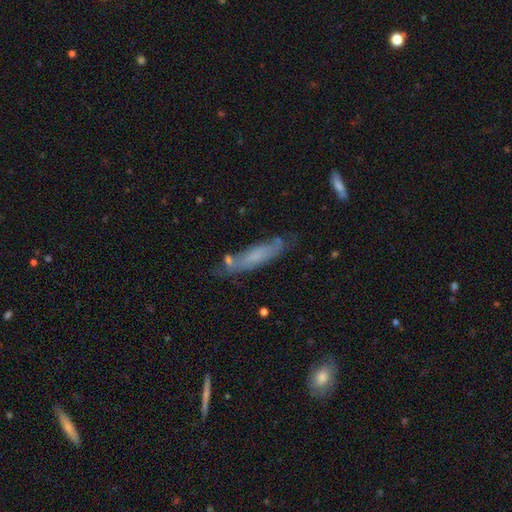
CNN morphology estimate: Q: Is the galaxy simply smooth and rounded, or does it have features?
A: smooth — 53%.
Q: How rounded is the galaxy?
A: cigar-shaped — 80%.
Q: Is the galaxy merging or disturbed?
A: none — 67%.